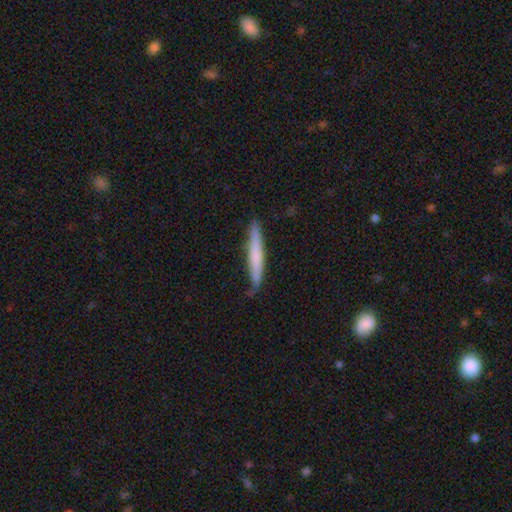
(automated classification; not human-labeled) Morphology: type=smooth (63%); roundness=cigar-shaped (95%); merging=none (79%).